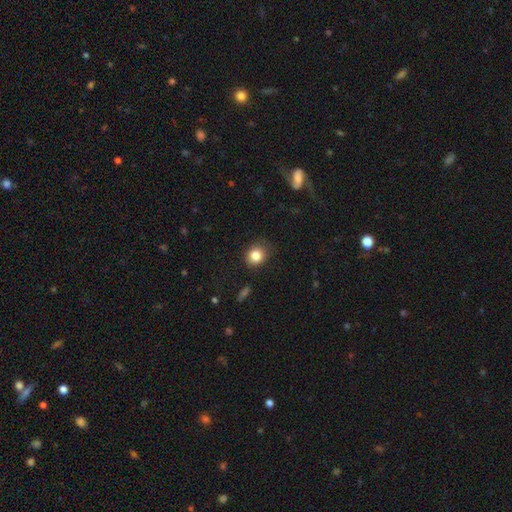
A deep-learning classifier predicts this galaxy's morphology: smooth 83%, star or artifact 10%, featured or disk 6%. Down the decision tree: how rounded — round (73%); merging — none (78%).